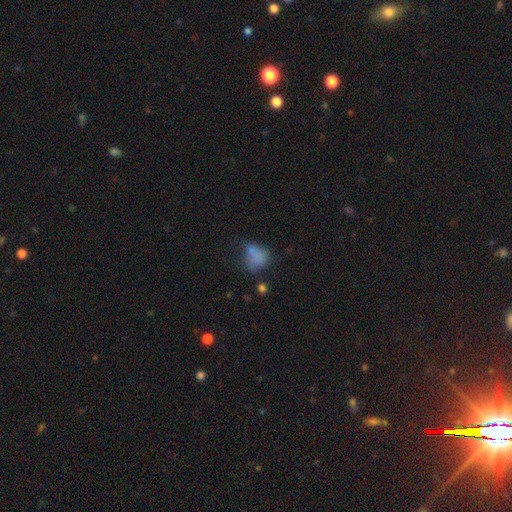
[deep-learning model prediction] A smooth galaxy with no disk features (71%) that is in between round and cigar-shaped (64%).

Vote fractions:
- Smooth or featured? smooth: 71% / featured or disk: 15% / star or artifact: 14%
- How rounded? in between: 64% / round: 34% / cigar-shaped: 2%
- Merging? none: 35% / minor disturbance: 28% / major disturbance: 24% / merger: 13%